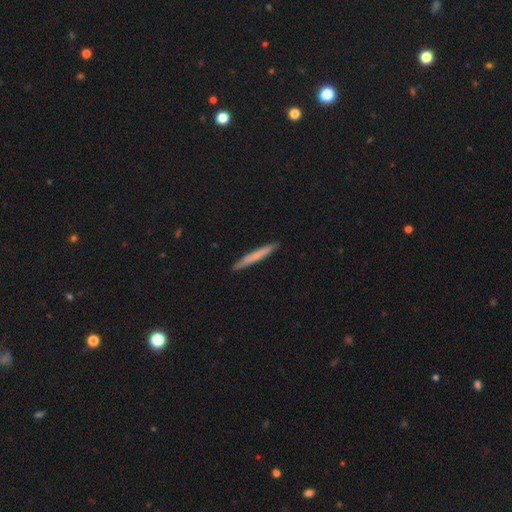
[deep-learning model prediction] Smooth or featured? smooth (64%)
How rounded? cigar-shaped (96%)
Merging? none (91%)